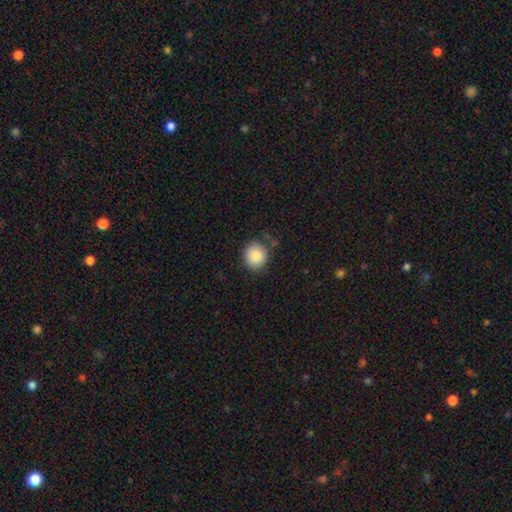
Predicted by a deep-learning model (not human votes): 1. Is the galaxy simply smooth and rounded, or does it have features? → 86% smooth, 9% star or artifact, 6% featured or disk.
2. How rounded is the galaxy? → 88% round, 11% in between, 1% cigar-shaped.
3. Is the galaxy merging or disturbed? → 80% none, 14% minor disturbance, 4% major disturbance, 2% merger.